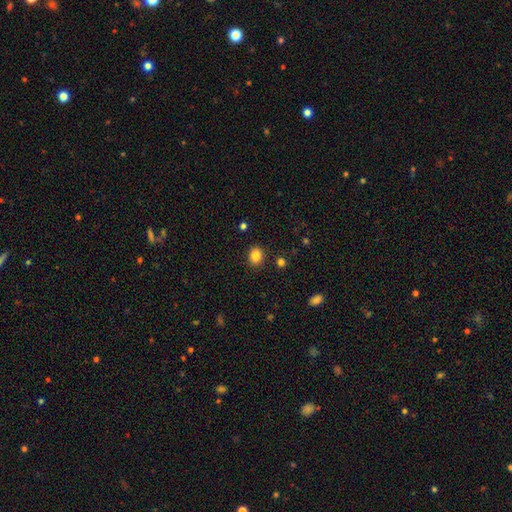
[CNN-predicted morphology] smooth 85%, star or artifact 10%, featured or disk 5%. Down the decision tree: how rounded — round (59%); merging — none (88%).